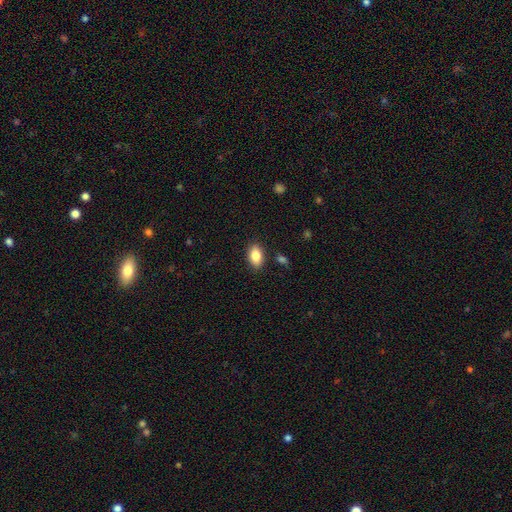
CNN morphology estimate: smooth 85%, star or artifact 8%, featured or disk 8%. Down the decision tree: how rounded — in between (90%); merging — none (87%).